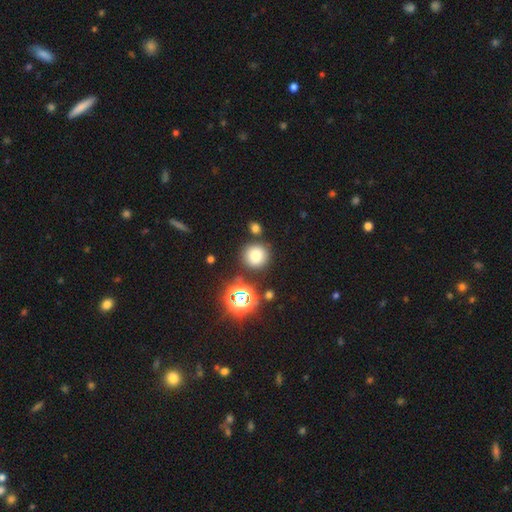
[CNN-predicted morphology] smooth-or-featured: smooth: 73% | star or artifact: 19% | featured or disk: 8%
  how-rounded: round: 91% | in between: 8% | cigar-shaped: 1%
  merging: none: 80% | minor disturbance: 9% | merger: 7% | major disturbance: 4%